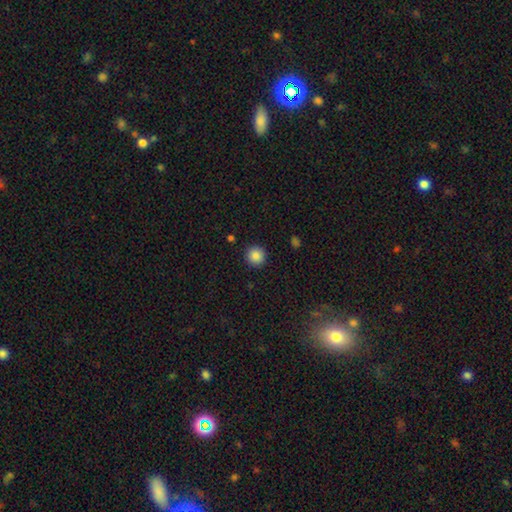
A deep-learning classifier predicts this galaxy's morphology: Smooth or featured? smooth (87%)
How rounded? round (94%)
Merging? none (92%)